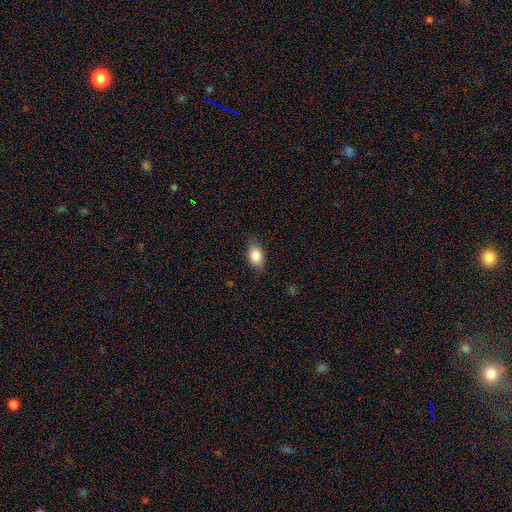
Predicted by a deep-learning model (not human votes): This appears to be a smooth galaxy with no disk features (84%) that is in between round and cigar-shaped (80%). Merging: none (78%).